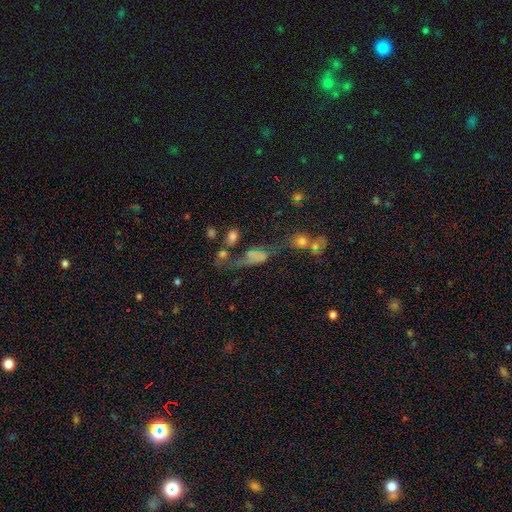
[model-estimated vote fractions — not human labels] smooth_or_featured: smooth (p=0.51) [alt: featured or disk p=0.31]
how_rounded: in between (p=0.79) [alt: round p=0.12]
merging: major disturbance (p=0.31) [alt: merger p=0.25]